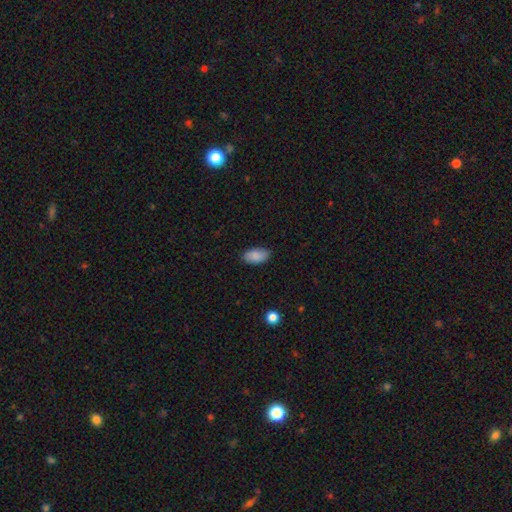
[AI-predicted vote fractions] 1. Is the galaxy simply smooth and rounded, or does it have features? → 88% smooth, 7% star or artifact, 5% featured or disk.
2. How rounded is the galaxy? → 94% in between, 4% round, 2% cigar-shaped.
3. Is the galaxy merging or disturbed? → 85% none, 11% minor disturbance, 2% major disturbance, 1% merger.